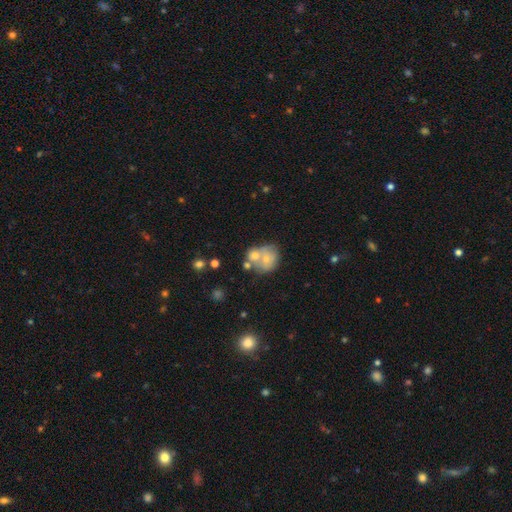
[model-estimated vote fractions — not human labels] smooth 47%, featured or disk 32%, star or artifact 21%. Down the decision tree: merging — none (49%).